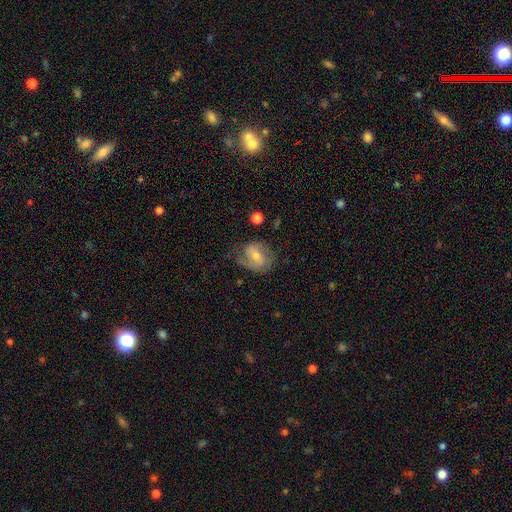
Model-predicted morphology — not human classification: Q: Smooth or featured?
A: featured or disk (69%); runner-up: smooth (23%)
Q: Edge-on disk?
A: no (97%); runner-up: yes (3%)
Q: Bar?
A: weak (45%); runner-up: no (37%)
Q: Spiral arms?
A: yes (89%); runner-up: no (11%)
Q: Spiral winding?
A: medium (45%); runner-up: tight (31%)
Q: Spiral arm count?
A: 2 (72%); runner-up: can't tell (13%)
Q: Bulge size?
A: small (51%); runner-up: moderate (44%)
Q: Merging?
A: none (65%); runner-up: minor disturbance (22%)